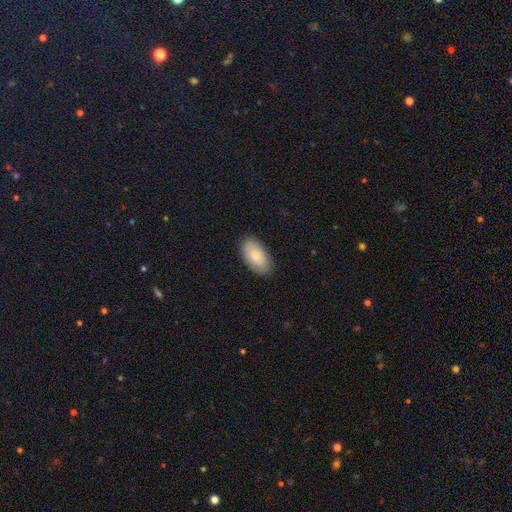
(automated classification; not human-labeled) A smooth galaxy with no disk features (80%) that is in between round and cigar-shaped (95%). Merging: none (85%).